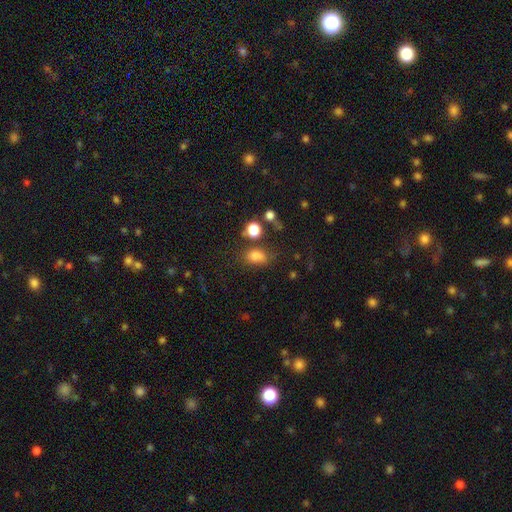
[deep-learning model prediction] The model was most divided on "merging": none: 64%, minor disturbance: 19%, merger: 10%, major disturbance: 8%. More confident: smooth or featured — smooth (78%); how rounded — in between (72%).